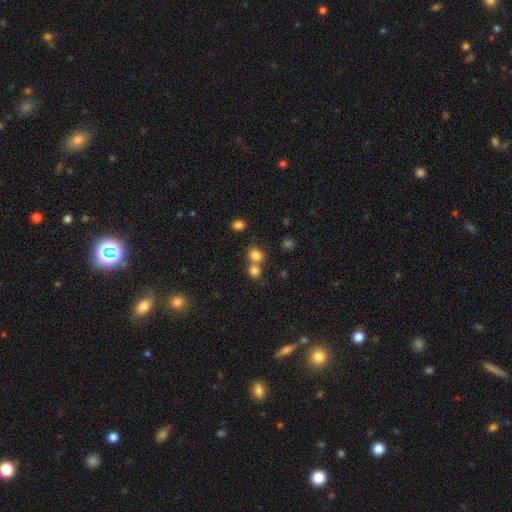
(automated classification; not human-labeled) Smooth or featured: smooth — 79% (star or artifact — 13%)
How rounded: round — 72% (in between — 27%)
Merging: none — 48% (merger — 42%)